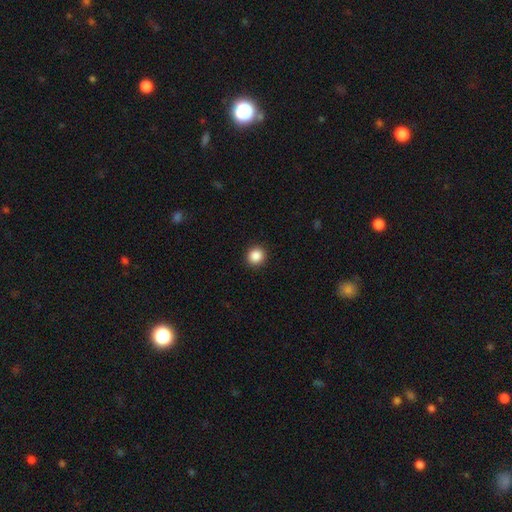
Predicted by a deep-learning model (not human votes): A smooth galaxy with no disk features (87%) that is round (90%).

Vote fractions:
- Smooth or featured? smooth: 87% / star or artifact: 10% / featured or disk: 3%
- How rounded? round: 90% / in between: 9% / cigar-shaped: 1%
- Merging? none: 92% / minor disturbance: 5% / major disturbance: 2% / merger: 1%